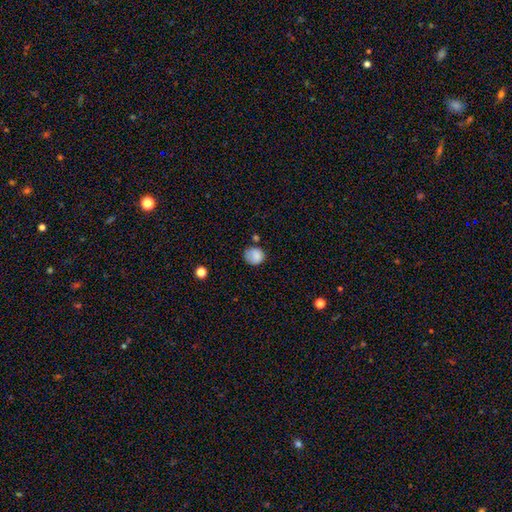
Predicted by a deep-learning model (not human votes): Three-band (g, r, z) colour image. It shows a smooth galaxy with no disk features (84%) that is round (82%). Merging: none (67%).